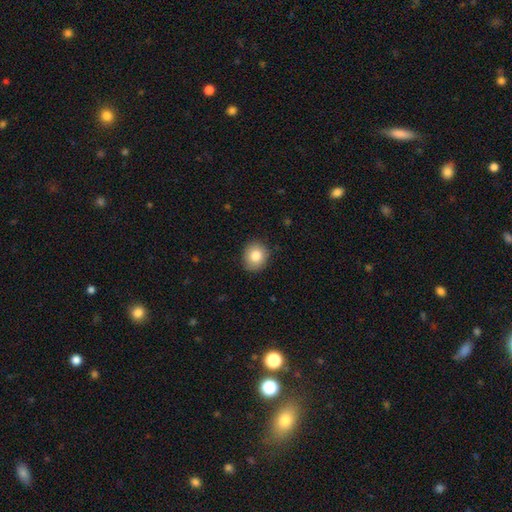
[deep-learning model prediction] Q: Smooth or featured?
A: smooth (82%); runner-up: star or artifact (9%)
Q: How rounded?
A: round (78%); runner-up: in between (21%)
Q: Merging?
A: none (87%); runner-up: minor disturbance (10%)